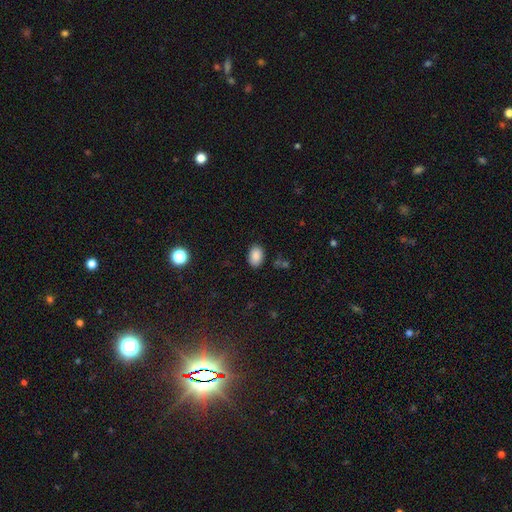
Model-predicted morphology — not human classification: Overall: smooth (87%). How rounded: in between (83%). Merging: none (85%).